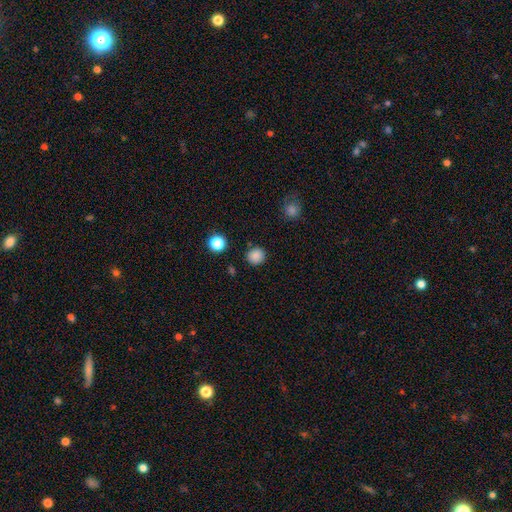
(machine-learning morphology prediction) This appears to be a smooth galaxy with no disk features (86%) that is round (92%). Merging: none (88%).